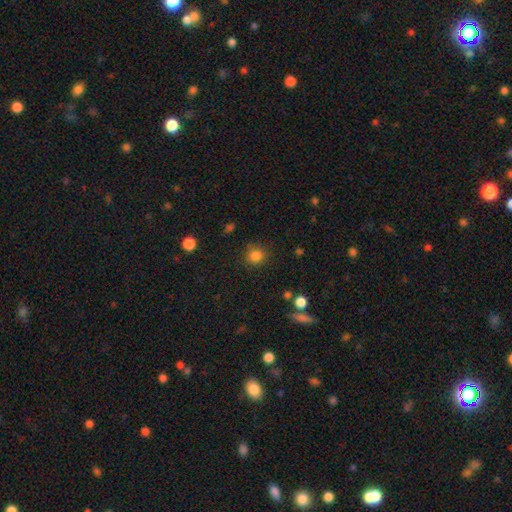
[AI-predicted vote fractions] Smooth or featured?
  - smooth: 83% *
  - star or artifact: 12%
  - featured or disk: 5%
How rounded?
  - round: 88% *
  - in between: 11%
  - cigar-shaped: 1%
Merging?
  - none: 82% *
  - minor disturbance: 12%
  - major disturbance: 4%
  - merger: 2%